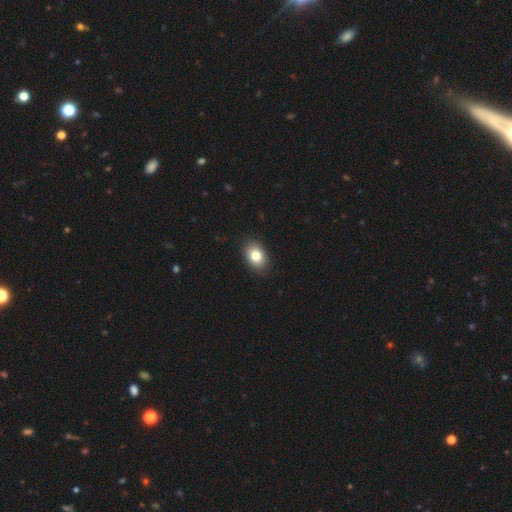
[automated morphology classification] smooth-or-featured: smooth: 81% | featured or disk: 10% | star or artifact: 10%
  how-rounded: in between: 72% | round: 27% | cigar-shaped: 1%
  merging: none: 88% | minor disturbance: 9% | major disturbance: 2% | merger: 1%